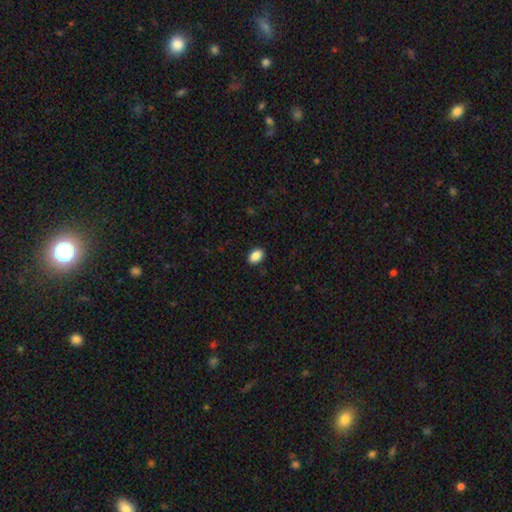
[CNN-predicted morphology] Smooth or featured: smooth — 89% (star or artifact — 8%)
How rounded: in between — 85% (round — 14%)
Merging: none — 89% (minor disturbance — 8%)